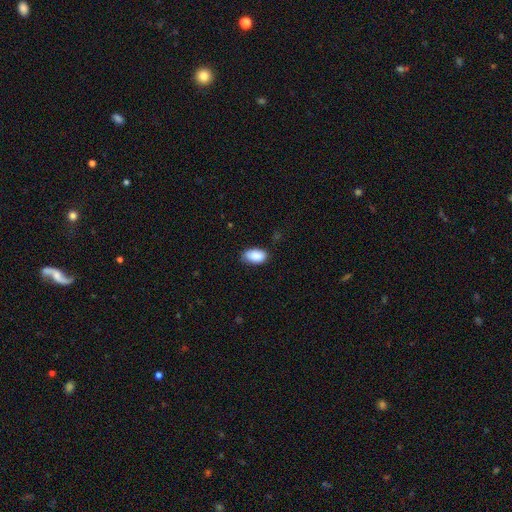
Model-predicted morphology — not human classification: Smooth or featured: smooth — 89% (star or artifact — 7%)
How rounded: in between — 94% (round — 4%)
Merging: none — 73% (minor disturbance — 22%)